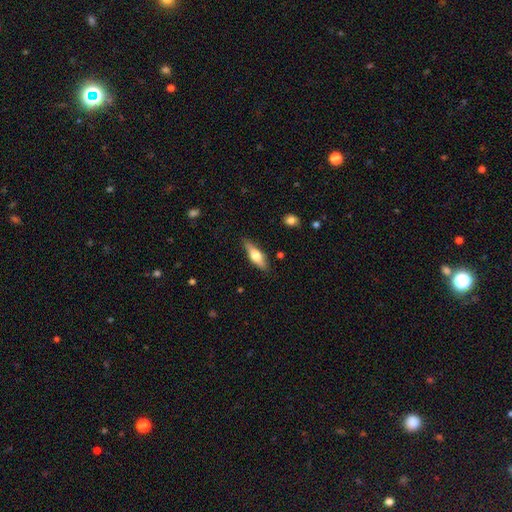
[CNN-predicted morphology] smooth_or_featured: smooth (p=0.51) [alt: featured or disk p=0.43]
how_rounded: cigar-shaped (p=0.54) [alt: in between p=0.43]
merging: none (p=0.85) [alt: minor disturbance p=0.11]